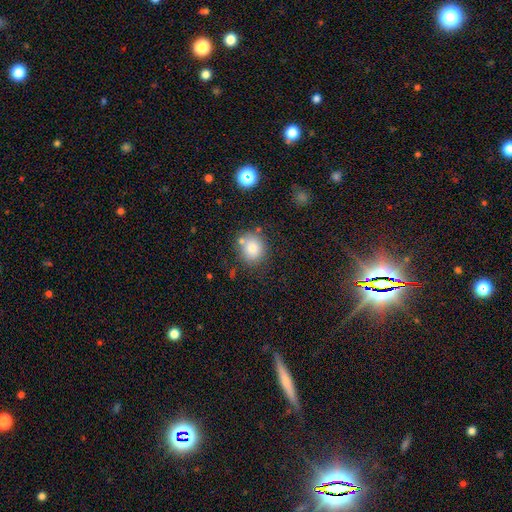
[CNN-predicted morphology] smooth_or_featured: smooth (p=0.58) [alt: star or artifact p=0.30]
how_rounded: round (p=0.82) [alt: in between p=0.16]
merging: none (p=0.75) [alt: minor disturbance p=0.12]